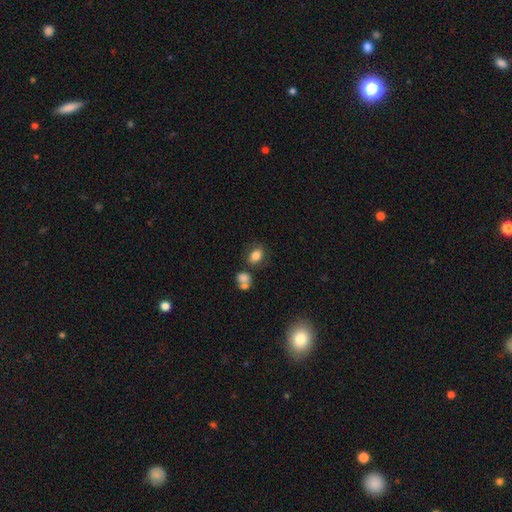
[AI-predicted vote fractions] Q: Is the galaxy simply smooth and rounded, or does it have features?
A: smooth — 81%.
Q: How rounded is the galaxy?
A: in between — 69%.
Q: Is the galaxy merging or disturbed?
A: none — 62%.